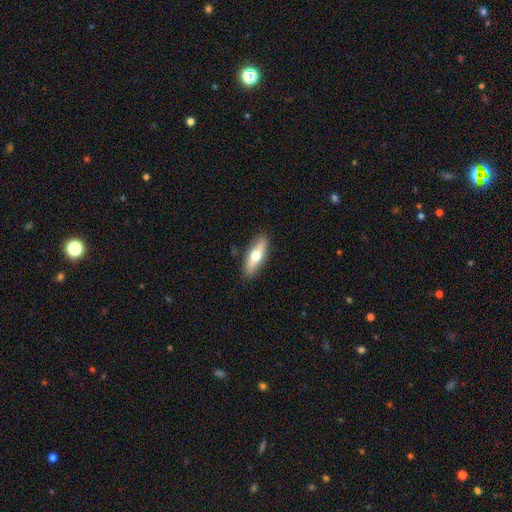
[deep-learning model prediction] The model was most divided on "how rounded": in between: 53%, cigar-shaped: 44%, round: 3%. More confident: merging — none (88%); smooth or featured — smooth (57%).